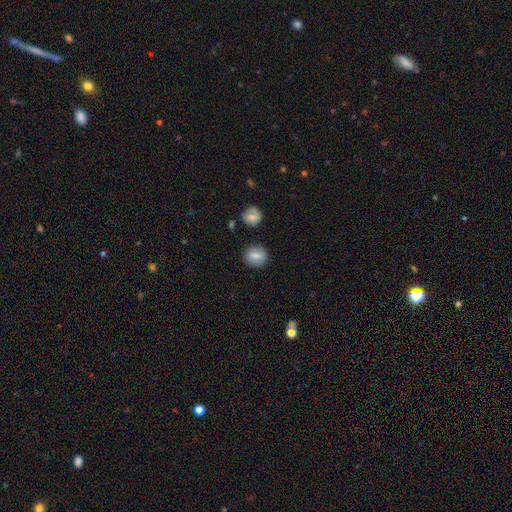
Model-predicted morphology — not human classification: A smooth galaxy with no disk features (71%) that is round (70%). Merging: none (85%).